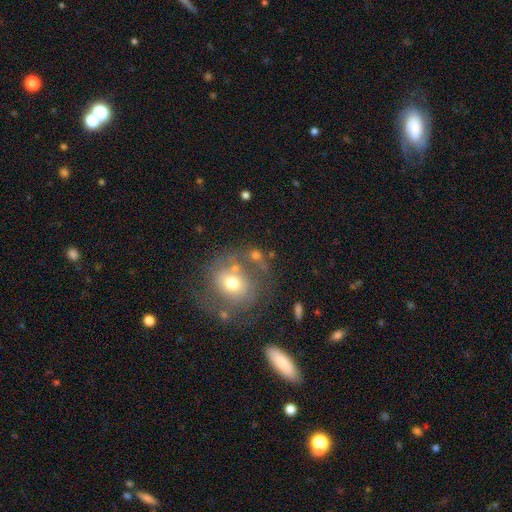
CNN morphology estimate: smooth-or-featured: smooth: 50% | featured or disk: 35% | star or artifact: 14%
  how-rounded: round: 66% | in between: 32% | cigar-shaped: 2%
  merging: none: 49% | merger: 18% | minor disturbance: 17% | major disturbance: 16%